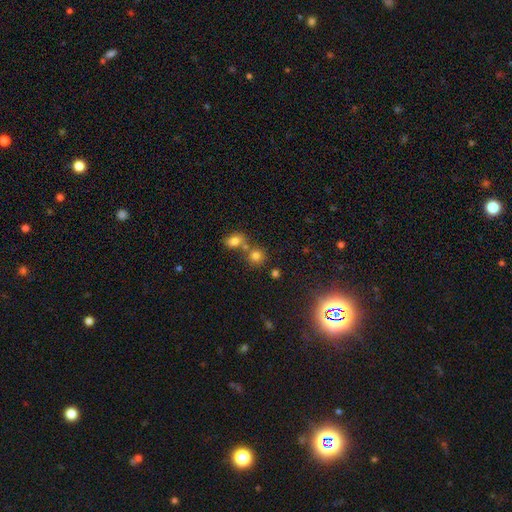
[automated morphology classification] A smooth galaxy with no disk features (76%) that is round (82%).

Vote fractions:
- Smooth or featured? smooth: 76% / star or artifact: 16% / featured or disk: 8%
- How rounded? round: 82% / in between: 17% / cigar-shaped: 1%
- Merging? none: 57% / merger: 31% / minor disturbance: 9% / major disturbance: 3%